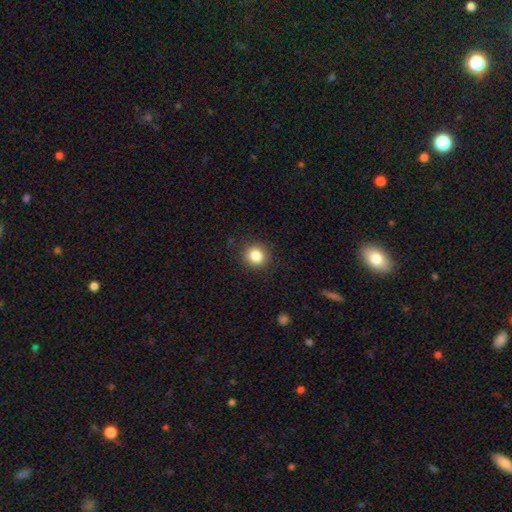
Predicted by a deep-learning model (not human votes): Morphology: type=smooth (84%); roundness=round (89%); merging=none (90%).